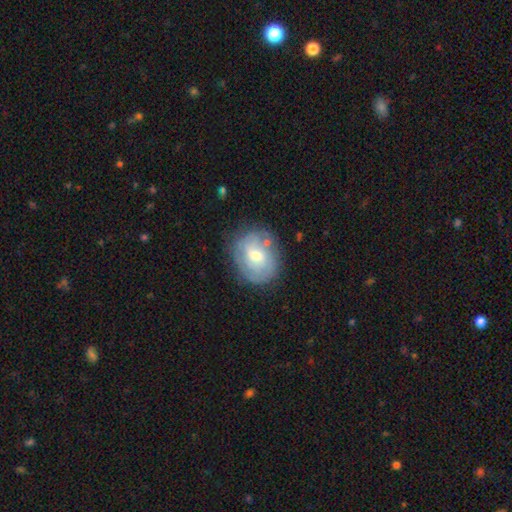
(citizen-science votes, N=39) smooth_or_featured: featured or disk (p=0.56) [alt: smooth p=0.33]
disk_edge_on: no (p=1.00)
bar: weak (p=0.45) [tied with: no p=0.45]
has_spiral_arms: yes (p=0.64) [alt: no p=0.36]
spiral_winding: tight (p=0.86) [alt: medium p=0.14]
spiral_arm_count: 2 (p=0.57) [alt: can't tell p=0.43]
bulge_size: moderate (p=0.50) [alt: small p=0.45]
merging: none (p=0.60) [alt: minor disturbance p=0.23]